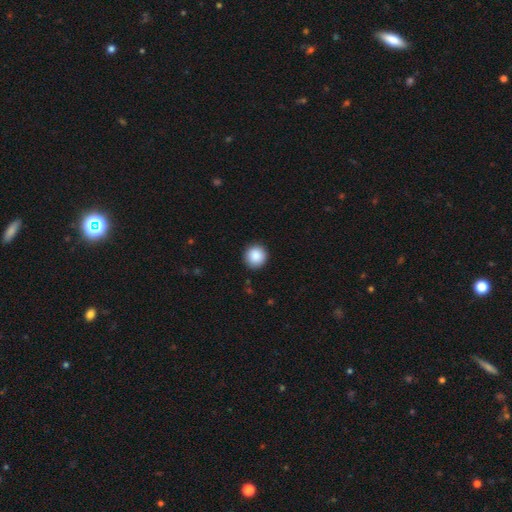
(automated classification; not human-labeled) This appears to be a smooth galaxy with no disk features (89%) that is round (93%). Merging: none (91%).